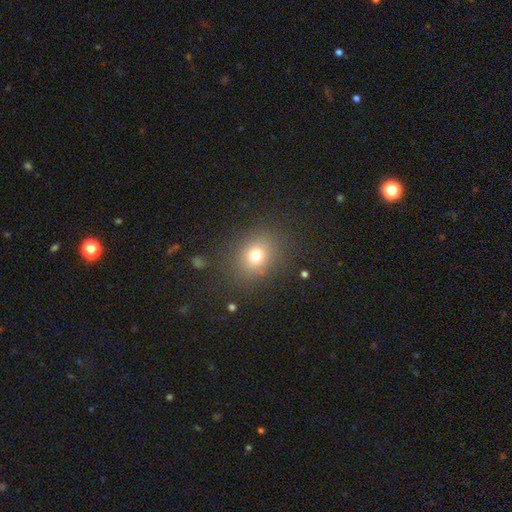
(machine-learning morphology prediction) This is likely a smooth galaxy (73%). How rounded: likely round (62%). Merging: clearly none (84%).